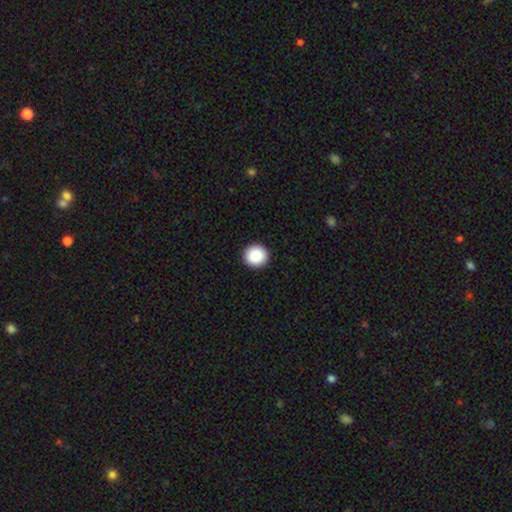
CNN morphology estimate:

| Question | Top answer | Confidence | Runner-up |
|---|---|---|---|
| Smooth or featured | smooth | 88% | star or artifact (9%) |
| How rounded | round | 94% | in between (5%) |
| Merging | none | 93% | minor disturbance (4%) |